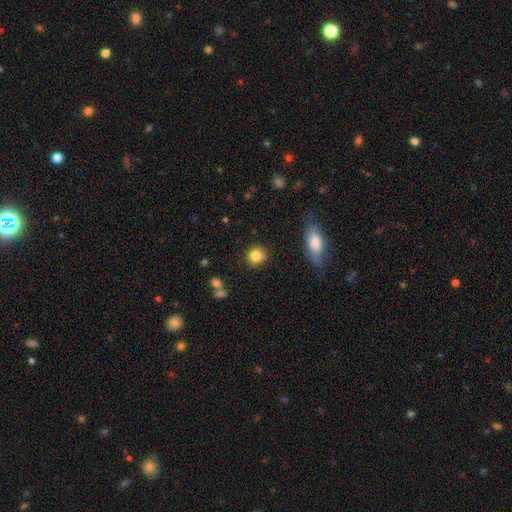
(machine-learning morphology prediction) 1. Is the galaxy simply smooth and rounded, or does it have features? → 83% smooth, 10% star or artifact, 7% featured or disk.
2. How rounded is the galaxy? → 88% round, 11% in between, 1% cigar-shaped.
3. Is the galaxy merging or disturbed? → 78% none, 12% minor disturbance, 6% merger, 3% major disturbance.